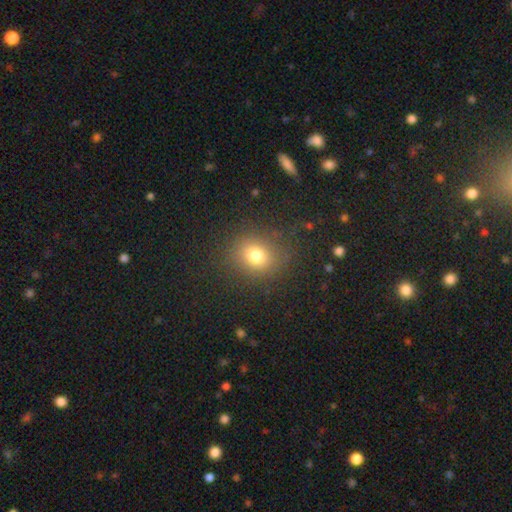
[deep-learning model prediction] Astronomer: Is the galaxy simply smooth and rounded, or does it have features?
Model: smooth — 74%.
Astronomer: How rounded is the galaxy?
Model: round — 75%.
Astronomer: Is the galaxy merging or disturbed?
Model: none — 84%.